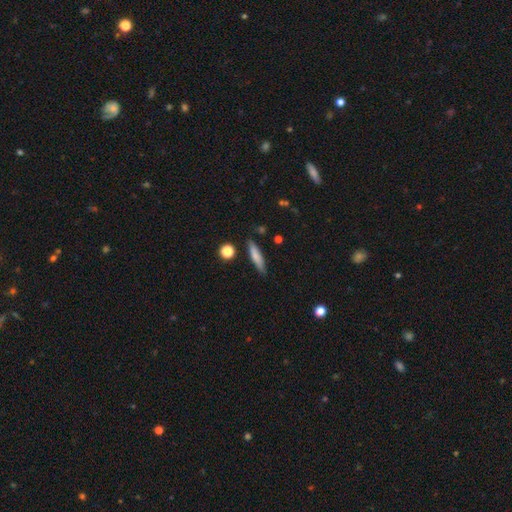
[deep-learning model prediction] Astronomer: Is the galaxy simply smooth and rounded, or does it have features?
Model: smooth — 74%.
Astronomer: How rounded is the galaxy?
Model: cigar-shaped — 82%.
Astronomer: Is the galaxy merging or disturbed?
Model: none — 84%.